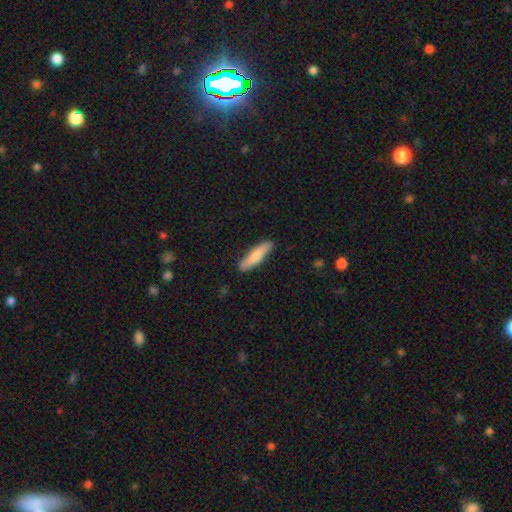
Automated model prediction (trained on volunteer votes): Smooth or featured: smooth — 75% (featured or disk — 20%)
How rounded: cigar-shaped — 77% (in between — 21%)
Merging: none — 86% (minor disturbance — 10%)